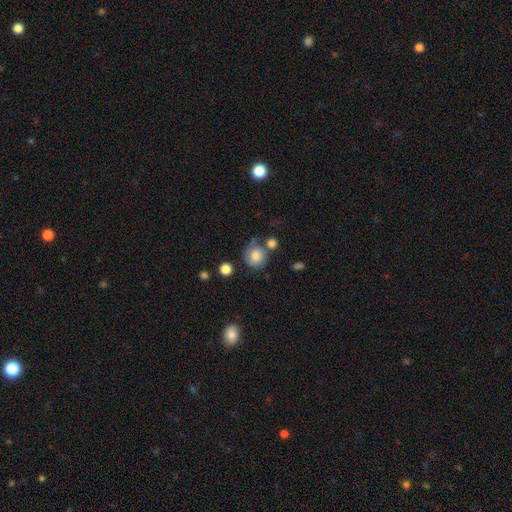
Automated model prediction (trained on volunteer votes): Q: Smooth or featured?
A: smooth (78%); runner-up: featured or disk (13%)
Q: How rounded?
A: round (82%); runner-up: in between (17%)
Q: Merging?
A: none (56%); runner-up: minor disturbance (20%)